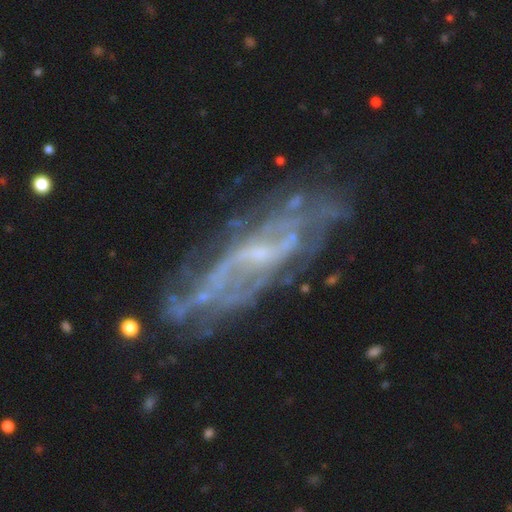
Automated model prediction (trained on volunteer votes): The model was most divided on "bar": weak: 44%, no: 39%, strong: 17%. Remaining: edge-on disk — no (80%); spiral arms — yes (79%); smooth or featured — featured or disk (79%); merging — none (67%); bulge size — small (59%); spiral arm count — can't tell (49%); spiral winding — medium (38%).